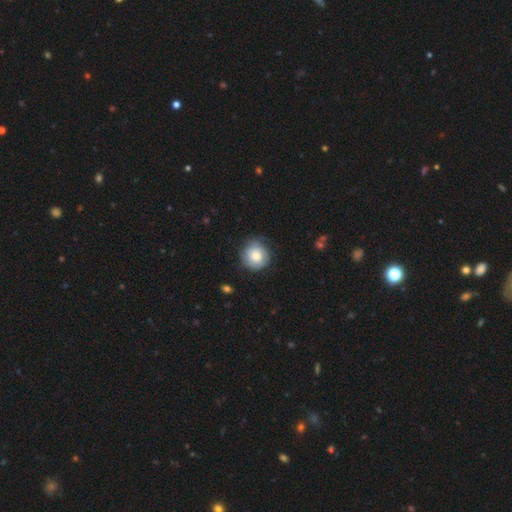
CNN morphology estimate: smooth 70%, featured or disk 23%, star or artifact 7%. Down the decision tree: how rounded — round (91%); merging — none (74%).